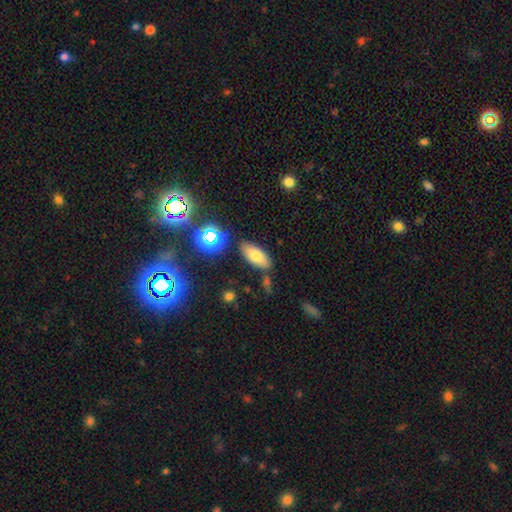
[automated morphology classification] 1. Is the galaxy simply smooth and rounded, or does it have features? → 71% smooth, 16% featured or disk, 13% star or artifact.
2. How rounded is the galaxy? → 85% in between, 11% cigar-shaped, 4% round.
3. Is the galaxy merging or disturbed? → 80% none, 11% minor disturbance, 5% merger, 3% major disturbance.